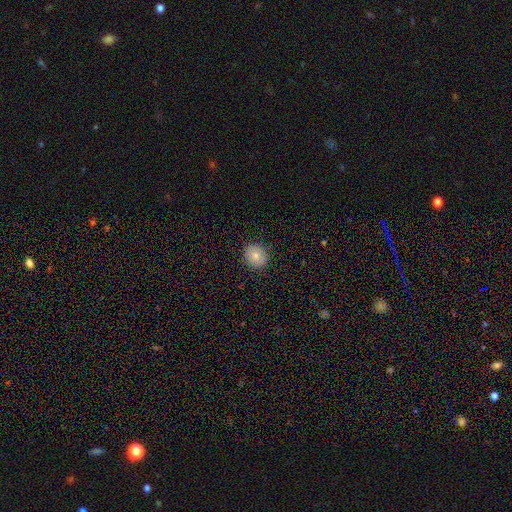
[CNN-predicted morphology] A smooth galaxy with no disk features (79%) that is round (83%).

Vote fractions:
- Smooth or featured? smooth: 79% / featured or disk: 12% / star or artifact: 9%
- How rounded? round: 83% / in between: 16% / cigar-shaped: 1%
- Merging? none: 89% / minor disturbance: 8% / major disturbance: 2% / merger: 1%